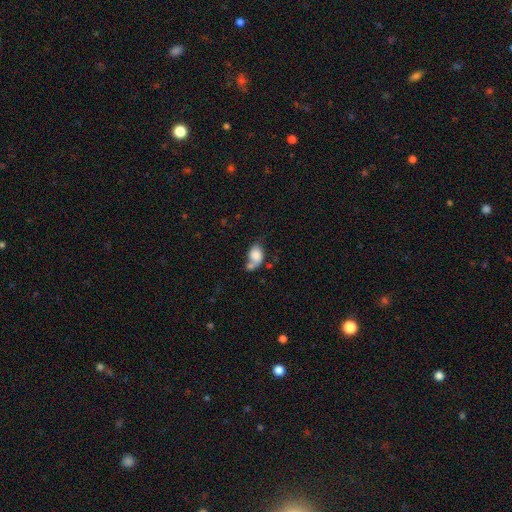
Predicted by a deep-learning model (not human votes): The model was most divided on "merging": merger: 40%, none: 26%, minor disturbance: 18%, major disturbance: 16%. More confident: smooth or featured — smooth (75%); how rounded — in between (75%).